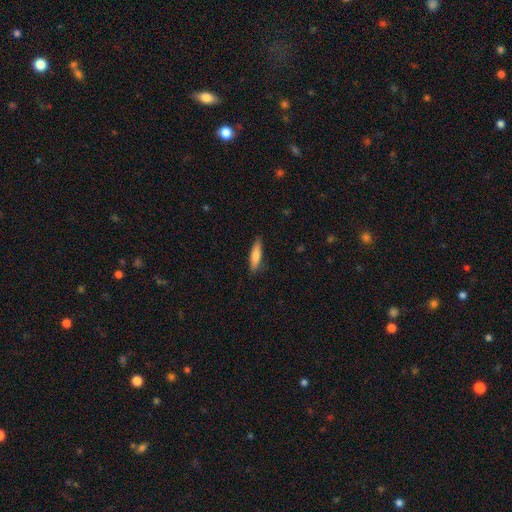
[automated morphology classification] smooth 77%, featured or disk 17%, star or artifact 6%. Down the decision tree: how rounded — cigar-shaped (71%); merging — none (85%).